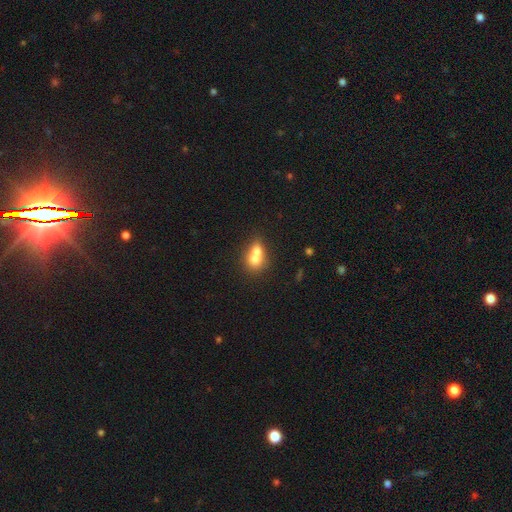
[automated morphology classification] Q: Smooth or featured?
A: smooth (68%); runner-up: featured or disk (22%)
Q: How rounded?
A: in between (52%); runner-up: round (44%)
Q: Merging?
A: merger (67%); runner-up: none (22%)